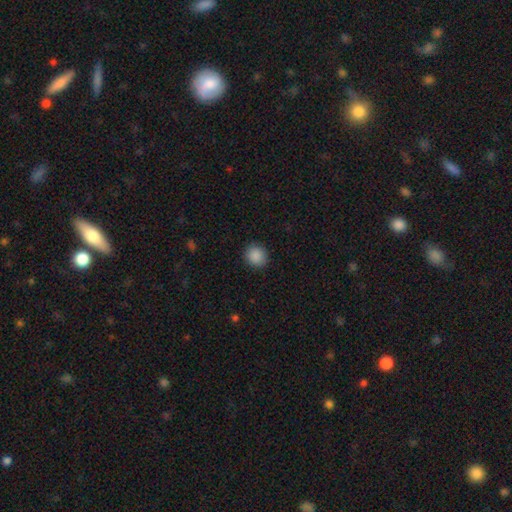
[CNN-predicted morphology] type=smooth (89%); roundness=round (85%); merging=none (90%).